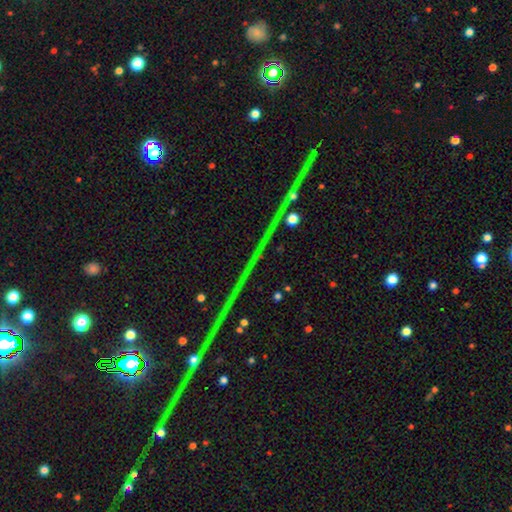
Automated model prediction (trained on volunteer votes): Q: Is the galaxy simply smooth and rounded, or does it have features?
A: star or artifact — 82%.